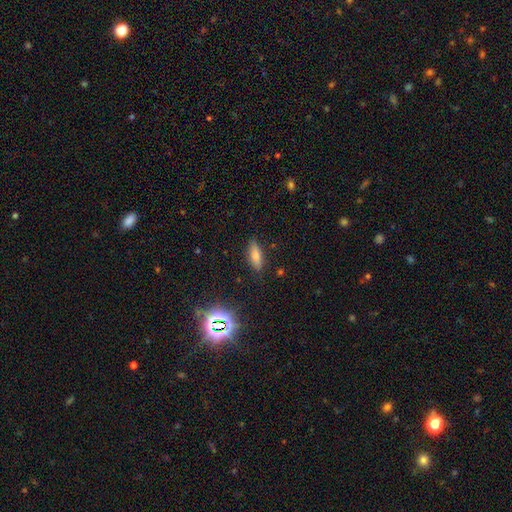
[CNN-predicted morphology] Overall: smooth (72%). How rounded: in between (60%; cigar-shaped 37%). Merging: none (84%).